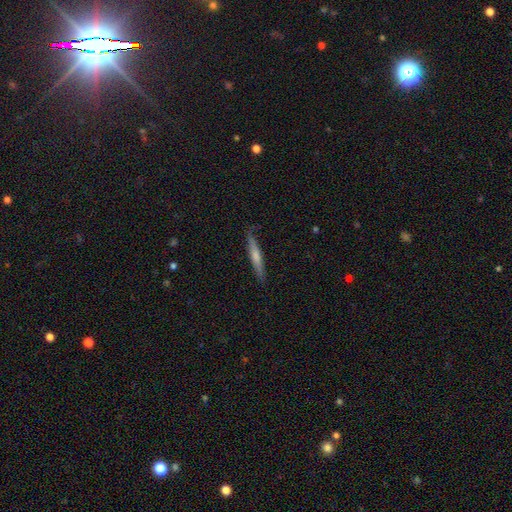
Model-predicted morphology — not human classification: The model was most divided on "smooth or featured": smooth: 57%, featured or disk: 38%, star or artifact: 5%. More confident: how rounded — cigar-shaped (94%); merging — none (85%).